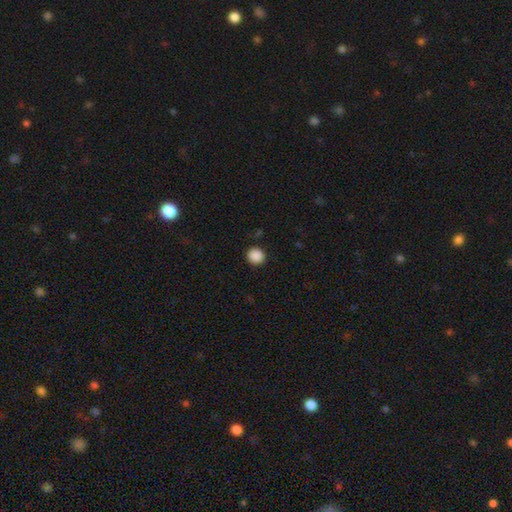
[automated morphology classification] smooth-or-featured: smooth: 89% | star or artifact: 9% | featured or disk: 2%
  how-rounded: round: 90% | in between: 9% | cigar-shaped: 1%
  merging: none: 91% | minor disturbance: 6% | major disturbance: 2% | merger: 1%